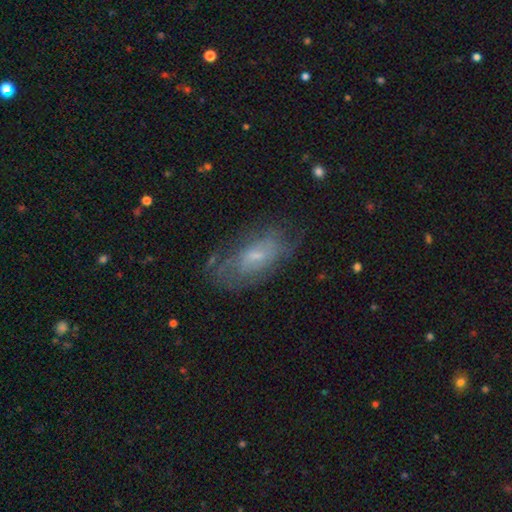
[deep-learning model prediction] Smooth or featured?
  - featured or disk: 53% *
  - smooth: 38%
  - star or artifact: 9%
Edge-on disk?
  - no: 90% *
  - yes: 10%
Merging?
  - none: 61% *
  - minor disturbance: 23%
  - major disturbance: 14%
  - merger: 2%